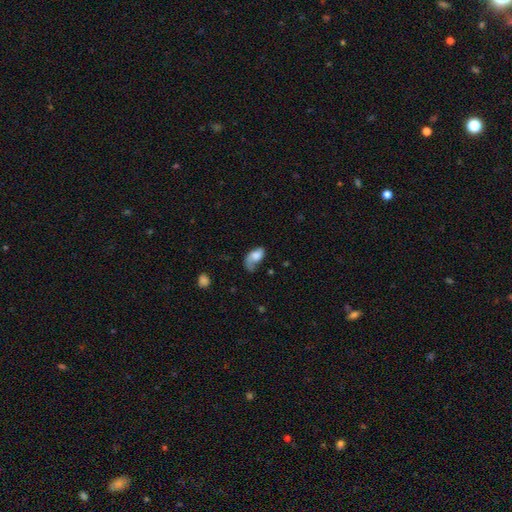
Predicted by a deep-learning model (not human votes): A smooth galaxy with no disk features (51%) that is in between round and cigar-shaped (89%). Merging: major disturbance (36%).